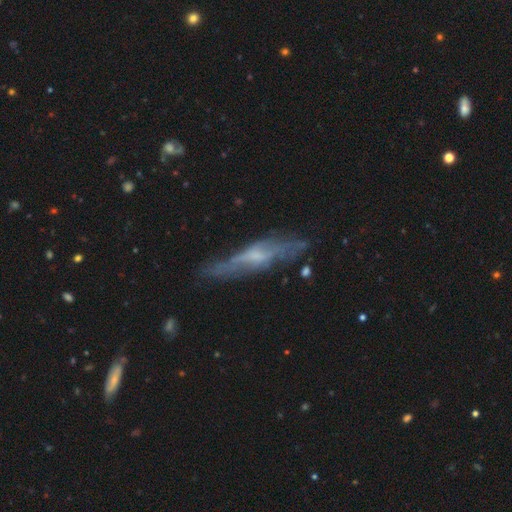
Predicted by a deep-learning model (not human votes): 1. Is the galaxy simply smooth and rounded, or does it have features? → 66% featured or disk, 27% smooth, 8% star or artifact.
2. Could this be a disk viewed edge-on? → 73% yes, 27% no.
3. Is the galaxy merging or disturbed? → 65% none, 22% minor disturbance, 9% major disturbance, 3% merger.